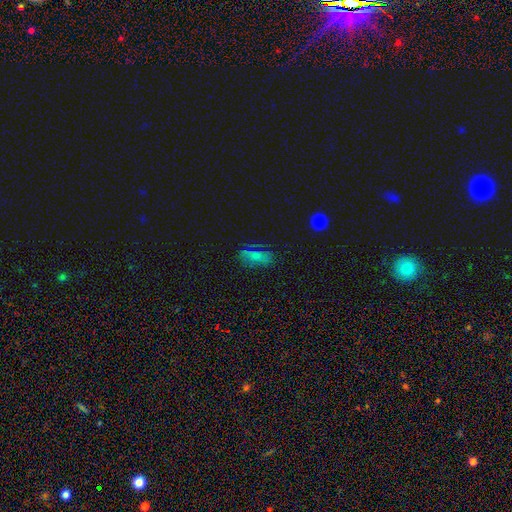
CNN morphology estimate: Smooth or featured: smooth — 49% (star or artifact — 27%)
Merging: none — 77% (minor disturbance — 16%)